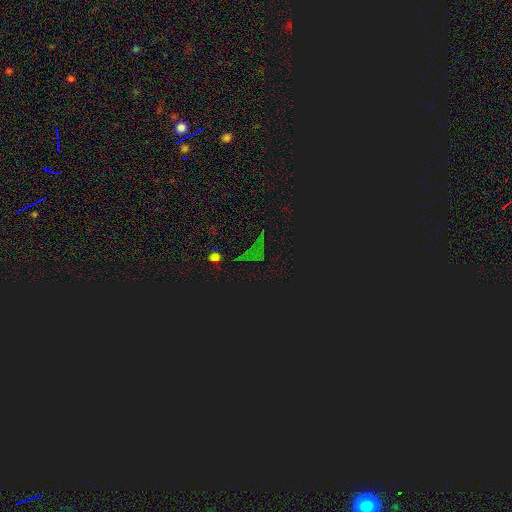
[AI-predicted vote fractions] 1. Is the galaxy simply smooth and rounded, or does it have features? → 79% star or artifact, 13% smooth, 8% featured or disk.